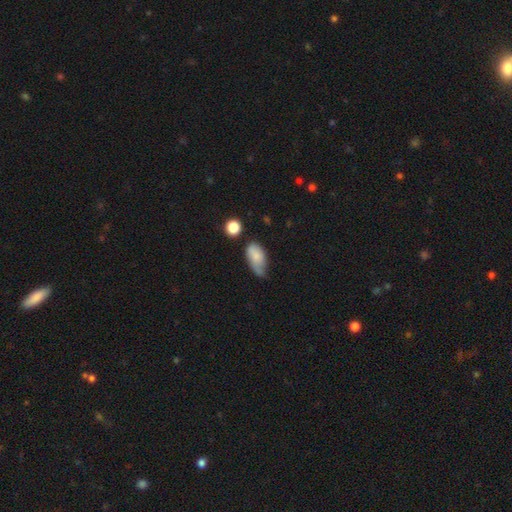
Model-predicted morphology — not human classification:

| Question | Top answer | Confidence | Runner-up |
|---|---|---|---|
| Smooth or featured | smooth | 75% | featured or disk (16%) |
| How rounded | in between | 91% | round (5%) |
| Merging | minor disturbance | 44% | none (33%) |